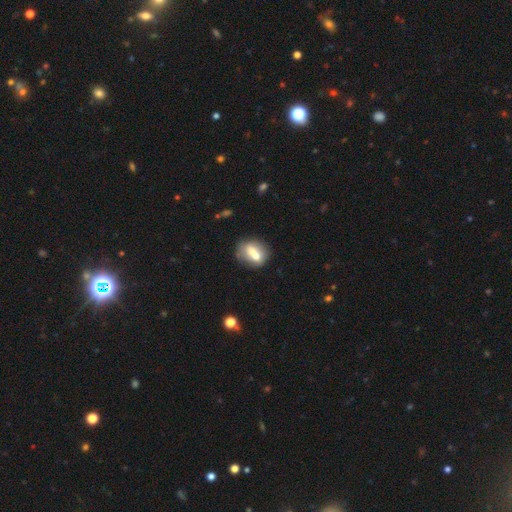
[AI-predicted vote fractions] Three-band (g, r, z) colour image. It shows a smooth galaxy with no disk features (59%) that is in between round and cigar-shaped (53%). Merging: none (46%).